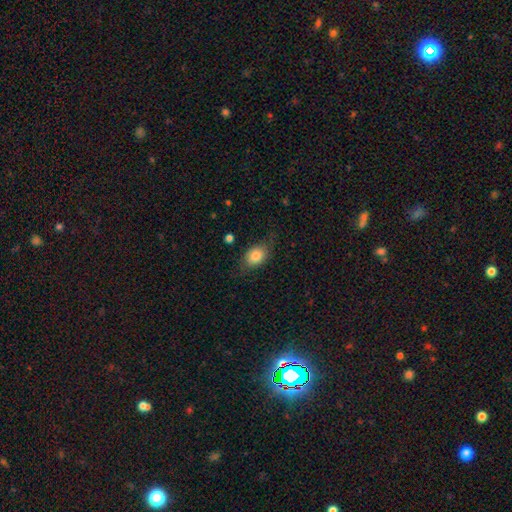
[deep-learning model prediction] smooth-or-featured: smooth: 80% | featured or disk: 12% | star or artifact: 8%
  how-rounded: in between: 72% | round: 26% | cigar-shaped: 2%
  merging: none: 69% | minor disturbance: 22% | major disturbance: 7% | merger: 1%